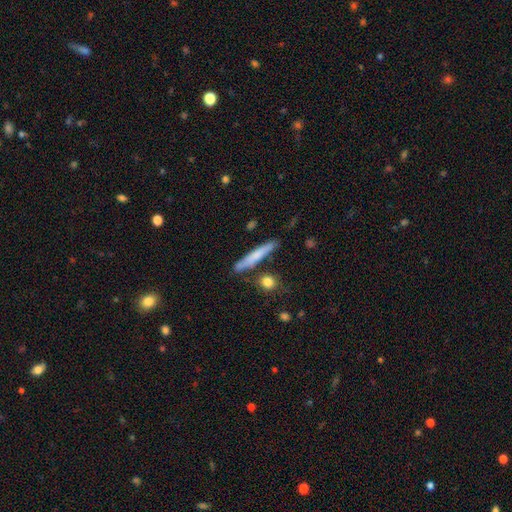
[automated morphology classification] This appears to be a smooth galaxy with no disk features (63%) that is cigar-shaped (93%). Merging: none (81%).